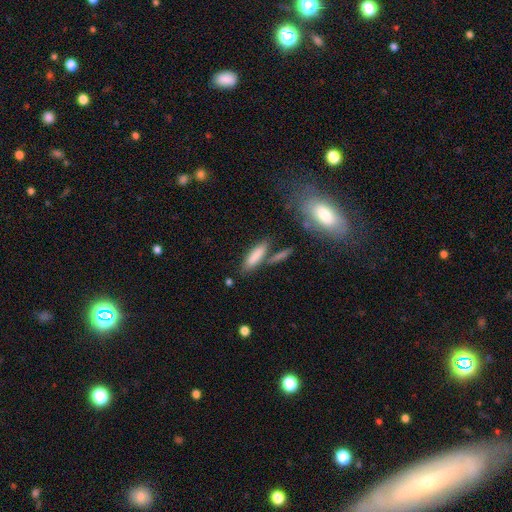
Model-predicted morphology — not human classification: smooth-or-featured: smooth: 81% | featured or disk: 11% | star or artifact: 8%
  how-rounded: cigar-shaped: 58% | in between: 40% | round: 2%
  merging: none: 63% | merger: 18% | minor disturbance: 14% | major disturbance: 5%